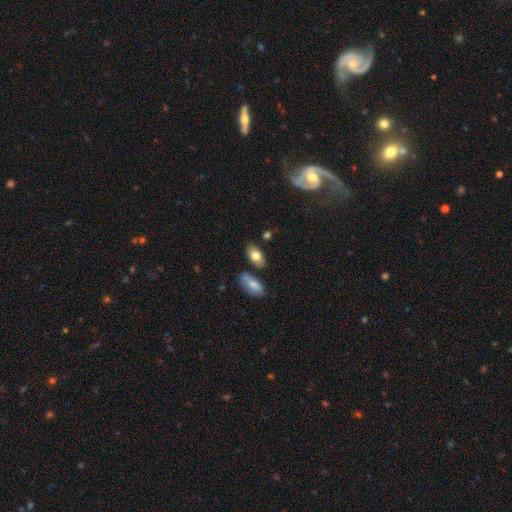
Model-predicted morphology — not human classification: A smooth galaxy with no disk features (77%) that is in between round and cigar-shaped (91%).

Vote fractions:
- Smooth or featured? smooth: 77% / featured or disk: 16% / star or artifact: 7%
- How rounded? in between: 91% / round: 5% / cigar-shaped: 4%
- Merging? none: 76% / minor disturbance: 12% / merger: 9% / major disturbance: 3%